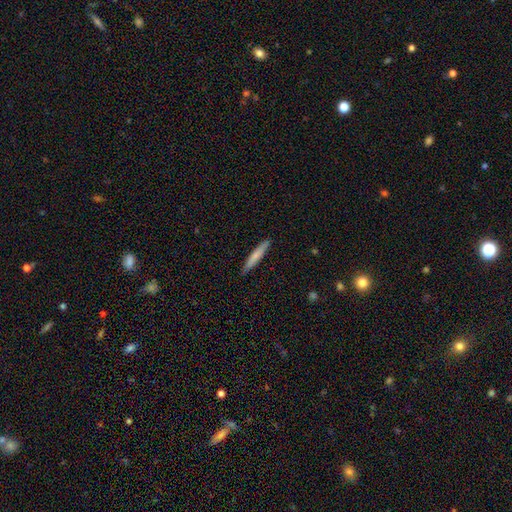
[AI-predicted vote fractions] Overall: smooth (71%). How rounded: cigar-shaped (94%). Merging: none (88%).